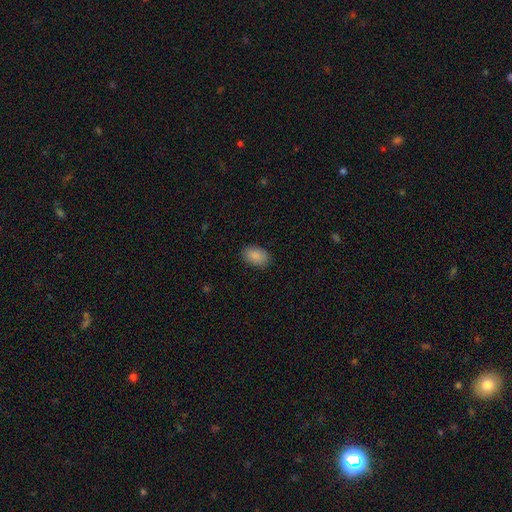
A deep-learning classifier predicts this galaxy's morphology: smooth-or-featured: smooth: 89% | star or artifact: 7% | featured or disk: 4%
  how-rounded: in between: 89% | round: 10% | cigar-shaped: 1%
  merging: none: 87% | minor disturbance: 9% | major disturbance: 2% | merger: 1%